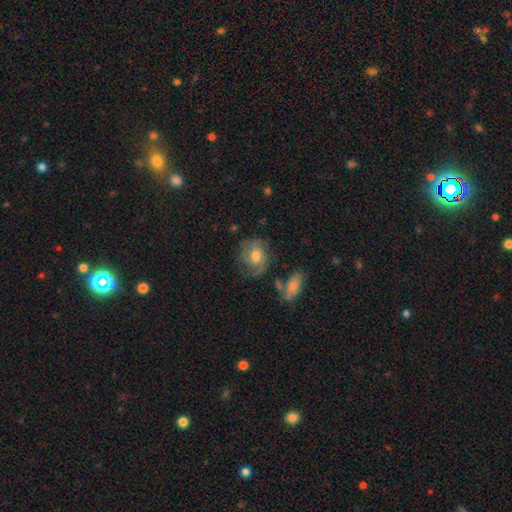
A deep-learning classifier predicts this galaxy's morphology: Overall: featured or disk (63%; smooth 29%). Edge-on disk: no (97%). Bar: no (70%). Spiral arms: yes (87%). Spiral arm count: 2 (44%; can't tell 25%). Spiral winding: medium (43%; tight 40%). Bulge size: moderate (69%). Merging: none (61%; minor disturbance 22%).